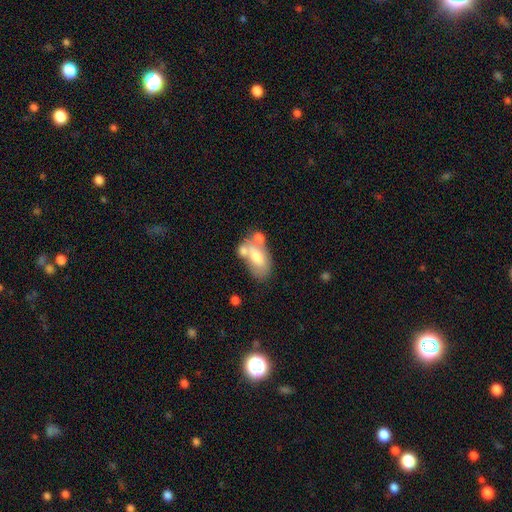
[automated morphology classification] Q: Smooth or featured?
A: smooth (61%); runner-up: featured or disk (31%)
Q: How rounded?
A: in between (91%); runner-up: round (6%)
Q: Merging?
A: merger (40%); runner-up: none (31%)